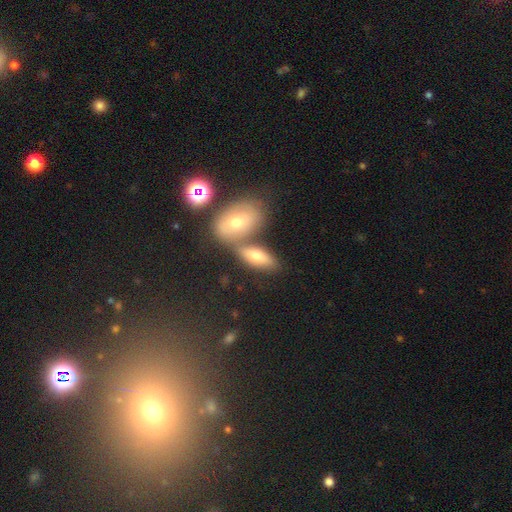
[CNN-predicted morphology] Smooth or featured? smooth (63%)
How rounded? in between (78%)
Merging? none (46%)